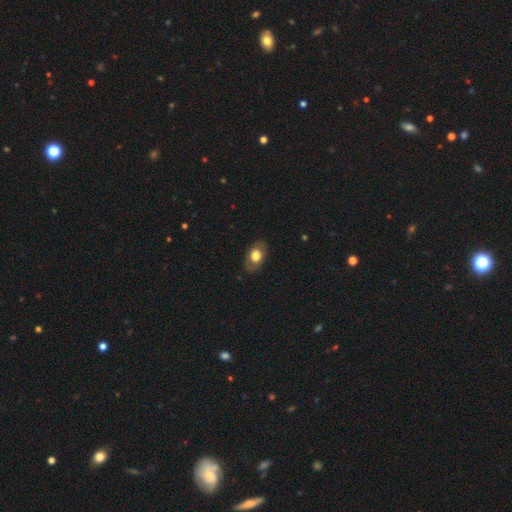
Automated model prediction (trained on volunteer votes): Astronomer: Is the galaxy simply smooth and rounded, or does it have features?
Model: smooth — 63%.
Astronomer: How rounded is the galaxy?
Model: in between — 84%.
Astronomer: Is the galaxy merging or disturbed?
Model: none — 80%.